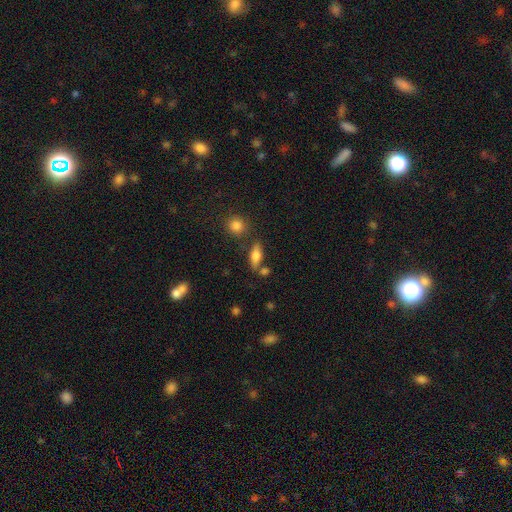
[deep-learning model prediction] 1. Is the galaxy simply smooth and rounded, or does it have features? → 68% smooth, 23% featured or disk, 9% star or artifact.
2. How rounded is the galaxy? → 69% in between, 26% cigar-shaped, 5% round.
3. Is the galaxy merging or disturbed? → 69% none, 15% minor disturbance, 11% merger, 5% major disturbance.